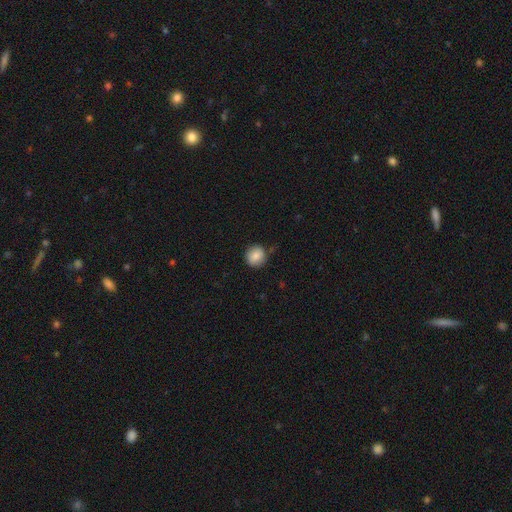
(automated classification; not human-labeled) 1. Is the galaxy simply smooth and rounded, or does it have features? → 85% smooth, 8% star or artifact, 7% featured or disk.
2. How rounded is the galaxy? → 90% round, 9% in between, 1% cigar-shaped.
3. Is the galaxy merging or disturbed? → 84% none, 12% minor disturbance, 2% major disturbance, 2% merger.